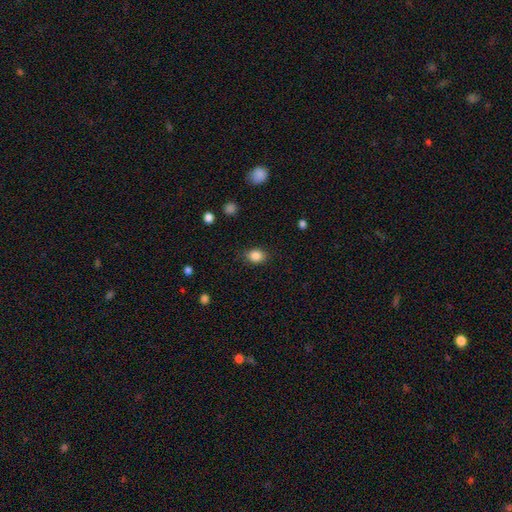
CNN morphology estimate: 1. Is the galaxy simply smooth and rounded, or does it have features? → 85% smooth, 9% star or artifact, 5% featured or disk.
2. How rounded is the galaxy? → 57% in between, 42% round, 1% cigar-shaped.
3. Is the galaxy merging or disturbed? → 82% none, 14% minor disturbance, 3% major disturbance, 1% merger.